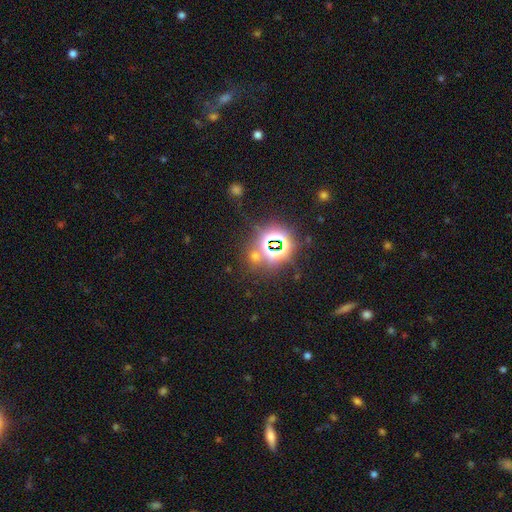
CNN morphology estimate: Smooth or featured?
  - star or artifact: 66% *
  - smooth: 27%
  - featured or disk: 7%